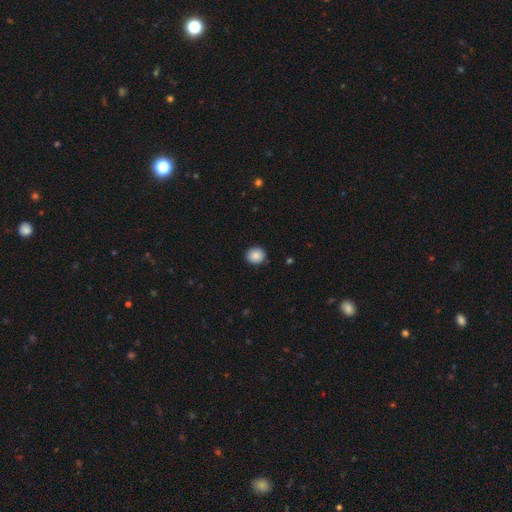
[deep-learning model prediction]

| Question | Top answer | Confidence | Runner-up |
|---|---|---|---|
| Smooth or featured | smooth | 87% | star or artifact (9%) |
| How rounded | round | 86% | in between (13%) |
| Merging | none | 90% | minor disturbance (7%) |